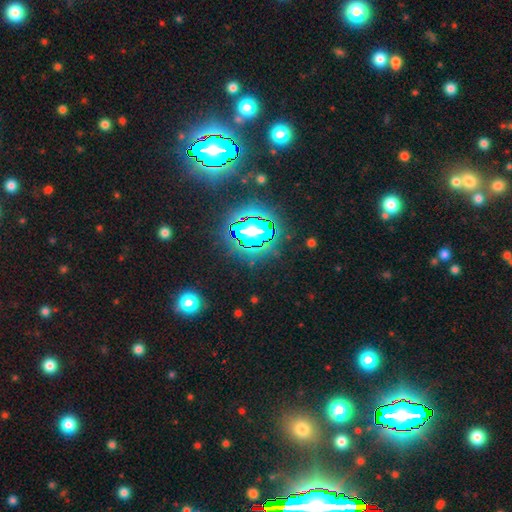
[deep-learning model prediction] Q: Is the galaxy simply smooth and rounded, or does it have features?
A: star or artifact — 81%.